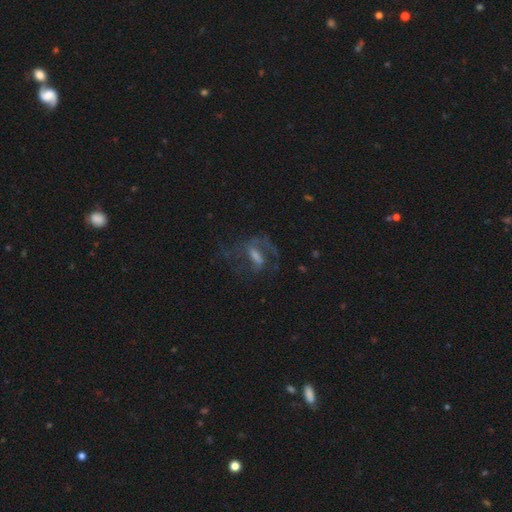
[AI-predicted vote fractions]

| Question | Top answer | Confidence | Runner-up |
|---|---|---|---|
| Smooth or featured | featured or disk | 69% | smooth (17%) |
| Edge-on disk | no | 92% | yes (8%) |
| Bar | weak | 43% | strong (35%) |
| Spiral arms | yes | 81% | no (19%) |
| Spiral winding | medium | 46% | loose (38%) |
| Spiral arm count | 2 | 67% | can't tell (15%) |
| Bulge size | moderate | 33% | small (30%) |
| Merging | none | 52% | major disturbance (30%) |